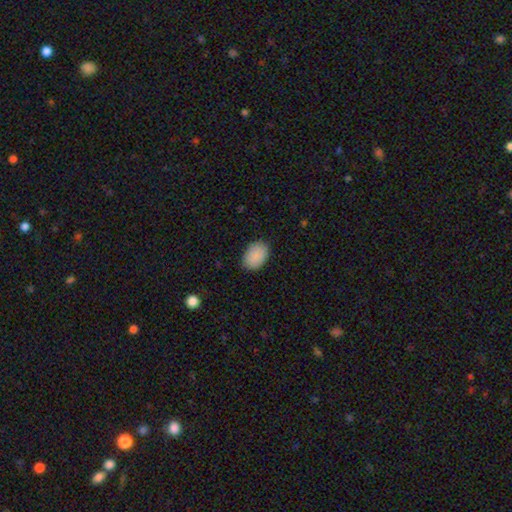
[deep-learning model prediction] The model was most divided on "how rounded": in between: 81%, round: 18%, cigar-shaped: 1%. More confident: smooth or featured — smooth (87%); merging — none (86%).